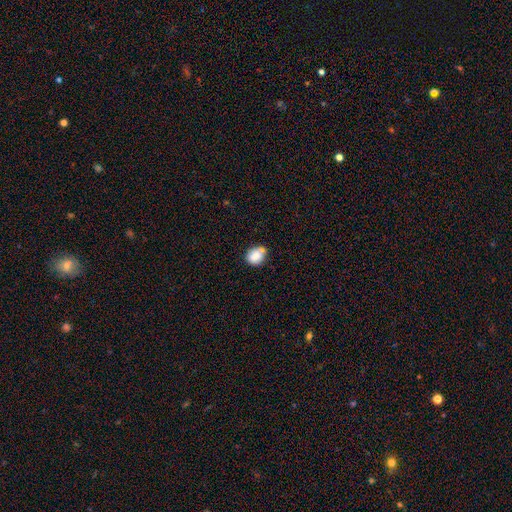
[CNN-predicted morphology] smooth 83%, star or artifact 9%, featured or disk 8%. Down the decision tree: how rounded — round (58%); merging — none (56%).